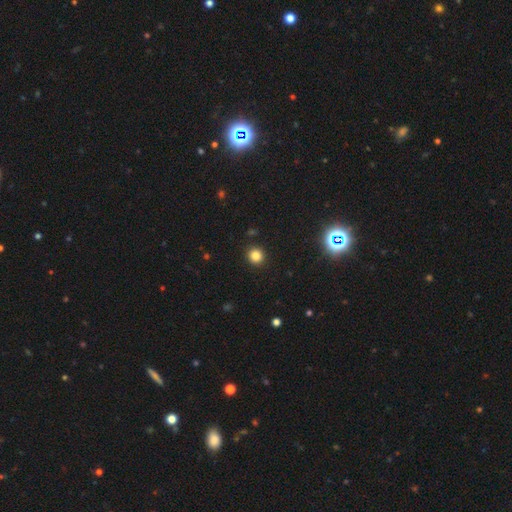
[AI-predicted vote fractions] The model was most divided on "smooth or featured": smooth: 82%, star or artifact: 14%, featured or disk: 5%. More confident: merging — none (92%); how rounded — round (90%).